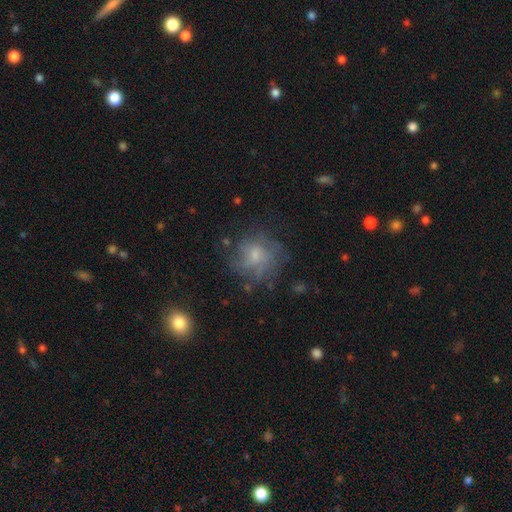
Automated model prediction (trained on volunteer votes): featured or disk 45%, smooth 41%, star or artifact 13%. Down the decision tree: merging — none (59%).